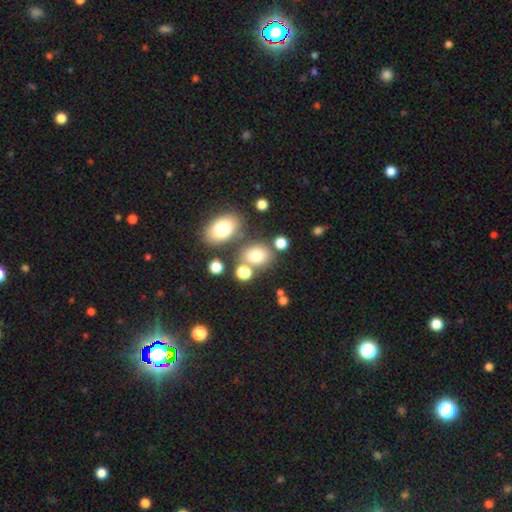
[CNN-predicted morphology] Smooth or featured? smooth (75%)
How rounded? in between (55%)
Merging? none (64%)